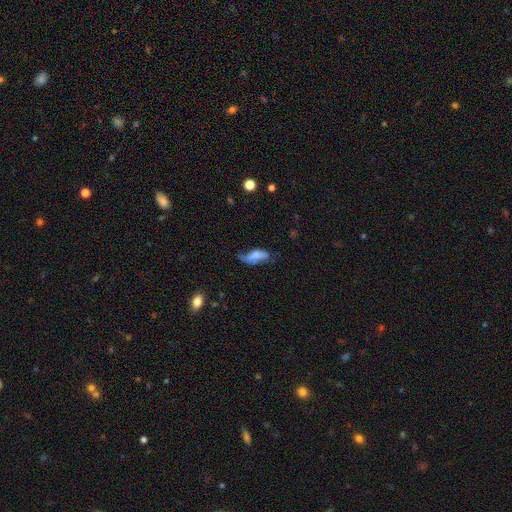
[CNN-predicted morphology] smooth_or_featured: smooth (p=0.69) [alt: featured or disk p=0.23]
how_rounded: in between (p=0.79) [alt: cigar-shaped p=0.19]
merging: minor disturbance (p=0.38) [alt: none p=0.35]